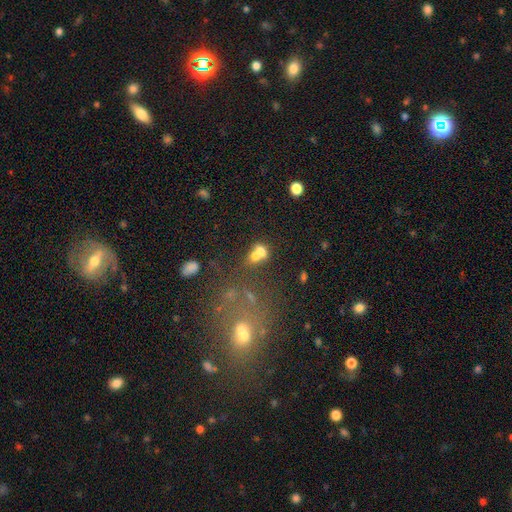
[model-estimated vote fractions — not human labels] smooth-or-featured: smooth: 64% | featured or disk: 21% | star or artifact: 15%
  how-rounded: in between: 50% | round: 49% | cigar-shaped: 2%
  merging: merger: 65% | none: 22% | minor disturbance: 7% | major disturbance: 5%